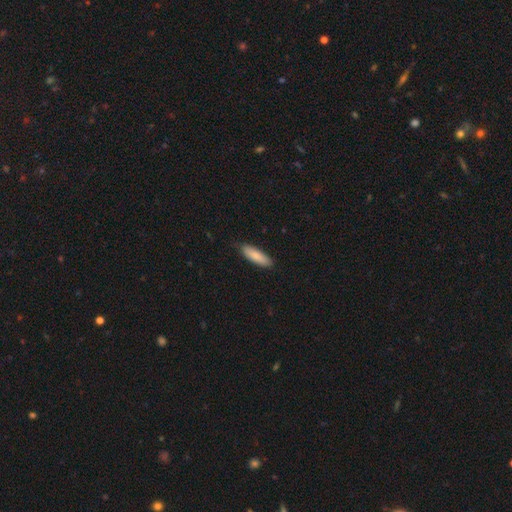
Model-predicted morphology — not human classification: type=smooth (85%); roundness=cigar-shaped (53%); merging=none (86%).